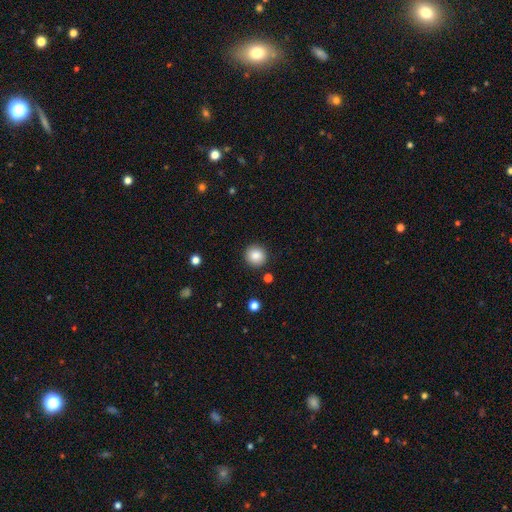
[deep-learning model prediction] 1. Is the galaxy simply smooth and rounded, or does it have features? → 86% smooth, 9% star or artifact, 5% featured or disk.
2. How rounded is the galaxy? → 92% round, 7% in between, 1% cigar-shaped.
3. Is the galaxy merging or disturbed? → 91% none, 6% minor disturbance, 2% major disturbance, 2% merger.